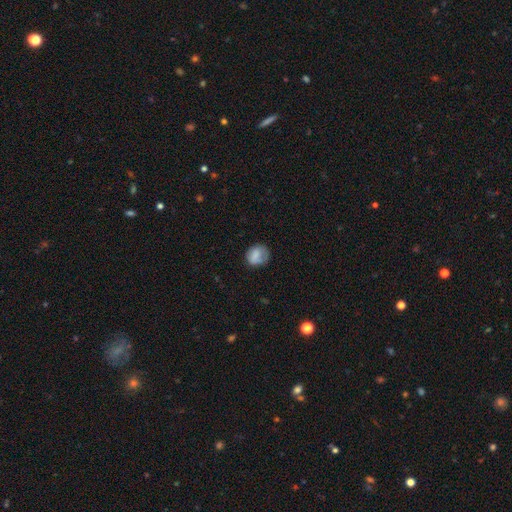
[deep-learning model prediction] A smooth galaxy with no disk features (76%) that is round (66%).

Vote fractions:
- Smooth or featured? smooth: 76% / featured or disk: 15% / star or artifact: 9%
- How rounded? round: 66% / in between: 33% / cigar-shaped: 1%
- Merging? none: 62% / minor disturbance: 25% / major disturbance: 11% / merger: 2%